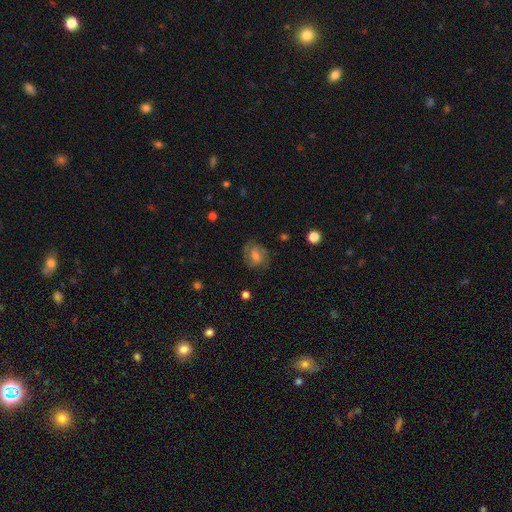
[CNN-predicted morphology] Smooth or featured? featured or disk (54%)
Edge-on disk? no (96%)
Bar? weak (46%)
Spiral arms? yes (84%)
Bulge size? moderate (50%)
Merging? none (74%)